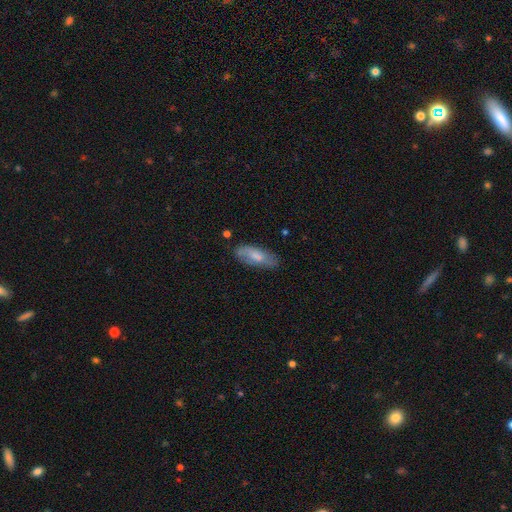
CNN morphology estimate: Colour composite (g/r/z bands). It shows a smooth galaxy with no disk features (71%) that is in between round and cigar-shaped (77%). Merging: none (72%).